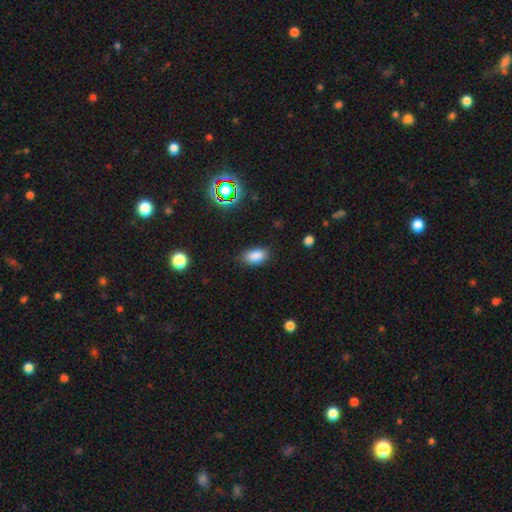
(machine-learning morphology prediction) A smooth galaxy with no disk features (85%) that is in between round and cigar-shaped (91%).

Vote fractions:
- Smooth or featured? smooth: 85% / star or artifact: 11% / featured or disk: 5%
- How rounded? in between: 91% / round: 6% / cigar-shaped: 3%
- Merging? none: 83% / minor disturbance: 13% / major disturbance: 3% / merger: 1%